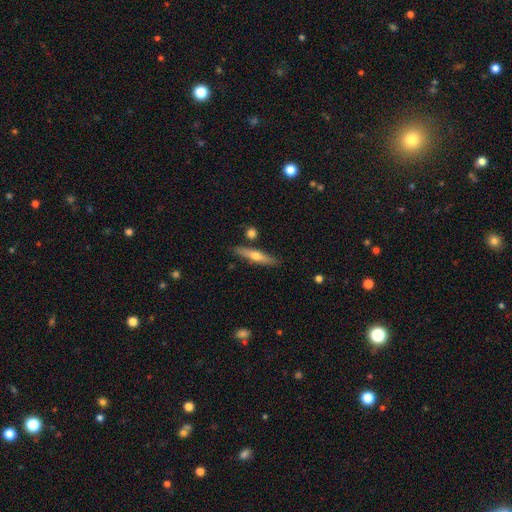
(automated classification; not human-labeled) A smooth galaxy with no disk features (47%, tied with featured or disk). Merging: none (83%).